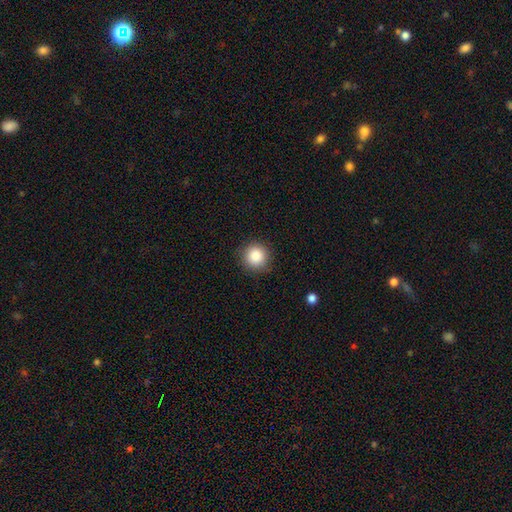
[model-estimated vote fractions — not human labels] smooth 86%, star or artifact 9%, featured or disk 4%. Down the decision tree: how rounded — round (95%); merging — none (89%).